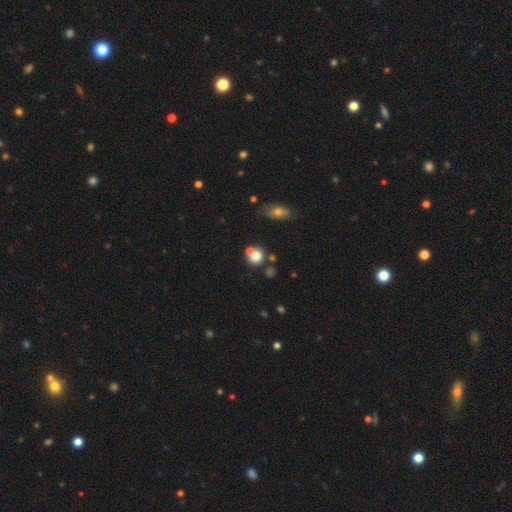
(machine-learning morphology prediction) The model was most divided on "merging": none: 52%, merger: 32%, minor disturbance: 11%, major disturbance: 4%. More confident: how rounded — round (82%); smooth or featured — smooth (76%).